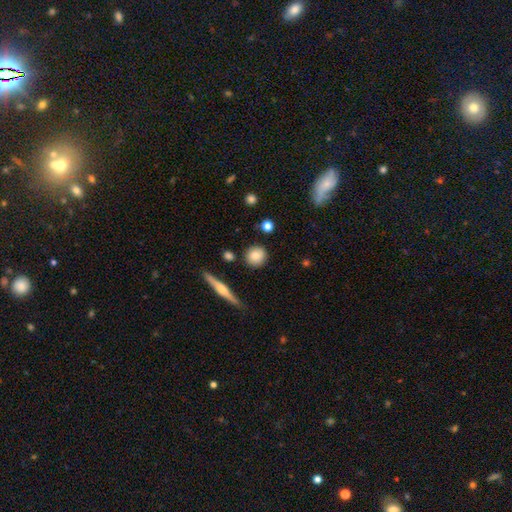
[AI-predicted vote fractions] A smooth galaxy with no disk features (81%) that is round (87%). Merging: none (87%).